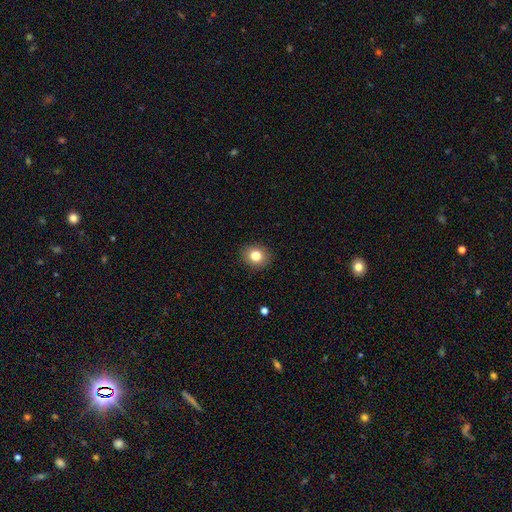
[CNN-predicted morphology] Overall: smooth (82%). How rounded: round (69%; in between 30%). Merging: none (90%).